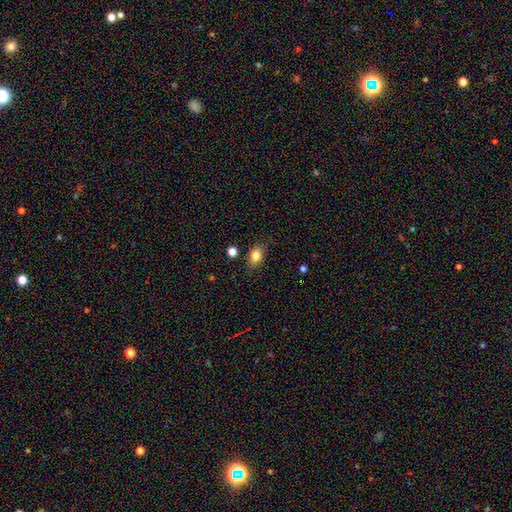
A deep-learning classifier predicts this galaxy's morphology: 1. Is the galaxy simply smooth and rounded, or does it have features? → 81% smooth, 10% star or artifact, 9% featured or disk.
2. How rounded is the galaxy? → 67% in between, 30% round, 3% cigar-shaped.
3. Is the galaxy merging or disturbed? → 77% none, 16% minor disturbance, 4% major disturbance, 3% merger.